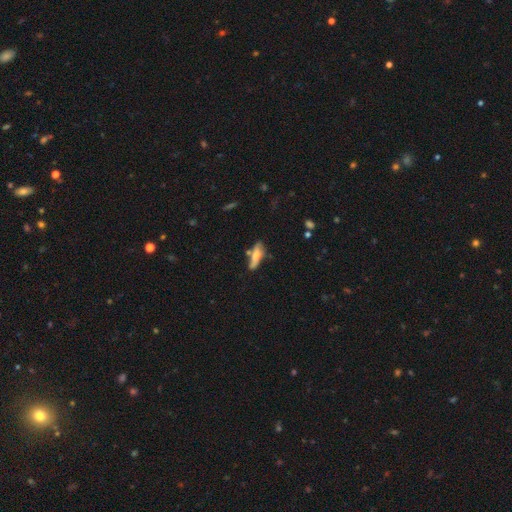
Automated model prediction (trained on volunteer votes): Overall: smooth (61%; featured or disk 32%). How rounded: cigar-shaped (58%; in between 40%). Merging: none (58%; minor disturbance 23%).